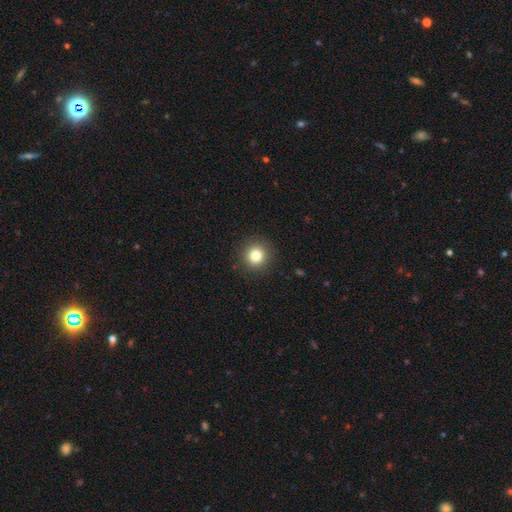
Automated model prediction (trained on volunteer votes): smooth_or_featured: smooth (p=0.82) [alt: star or artifact p=0.11]
how_rounded: round (p=0.93) [alt: in between p=0.06]
merging: none (p=0.91) [alt: minor disturbance p=0.06]